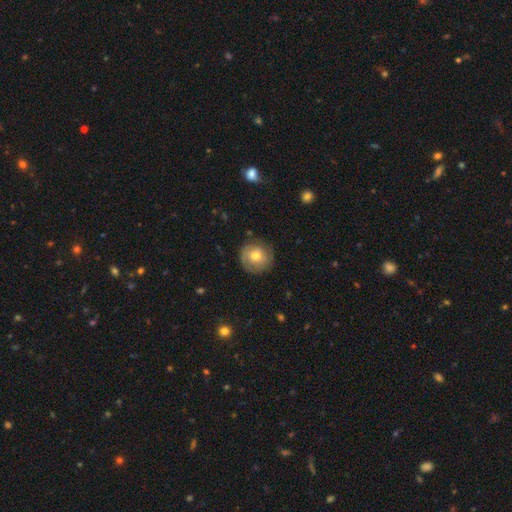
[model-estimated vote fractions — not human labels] Overall: featured or disk (50%; smooth 43%). Merging: none (81%).